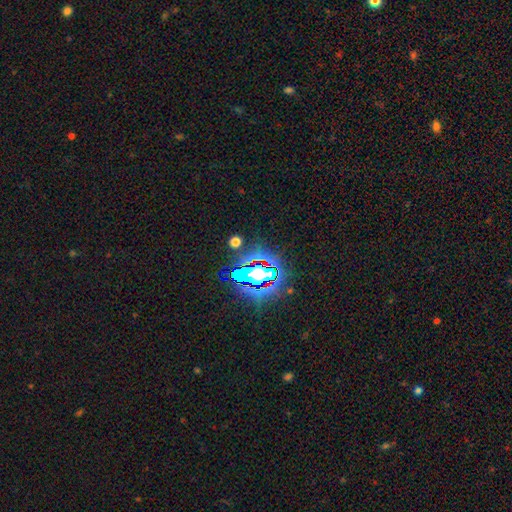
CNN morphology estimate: Q: Smooth or featured?
A: star or artifact (84%); runner-up: smooth (9%)